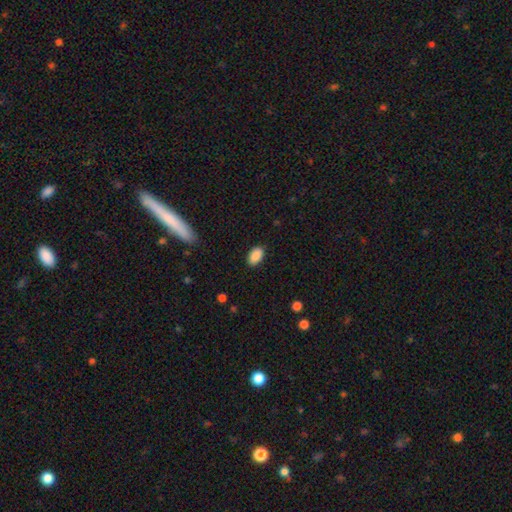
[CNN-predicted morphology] Smooth or featured?
  - smooth: 89% *
  - star or artifact: 7%
  - featured or disk: 4%
How rounded?
  - in between: 92% *
  - round: 6%
  - cigar-shaped: 2%
Merging?
  - none: 87% *
  - minor disturbance: 10%
  - major disturbance: 2%
  - merger: 1%